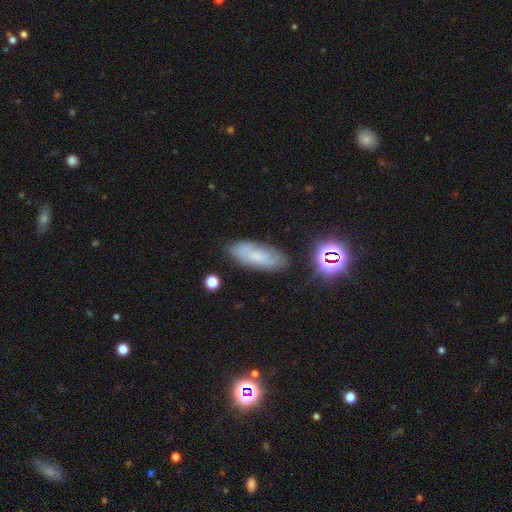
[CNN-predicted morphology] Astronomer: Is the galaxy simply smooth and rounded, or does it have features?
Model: smooth — 53% (runner-up: featured or disk, 34%).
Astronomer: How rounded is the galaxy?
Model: in between — 77%.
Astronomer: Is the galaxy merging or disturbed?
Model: none — 76%.